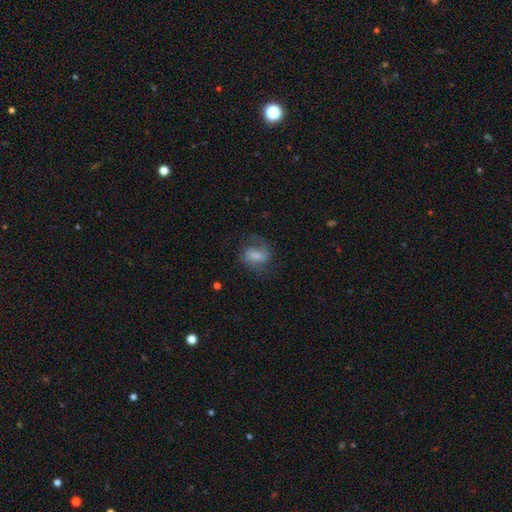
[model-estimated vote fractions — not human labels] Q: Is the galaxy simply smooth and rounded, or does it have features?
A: smooth — 56%.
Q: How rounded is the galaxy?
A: in between — 74%.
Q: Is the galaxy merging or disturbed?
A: none — 51%.